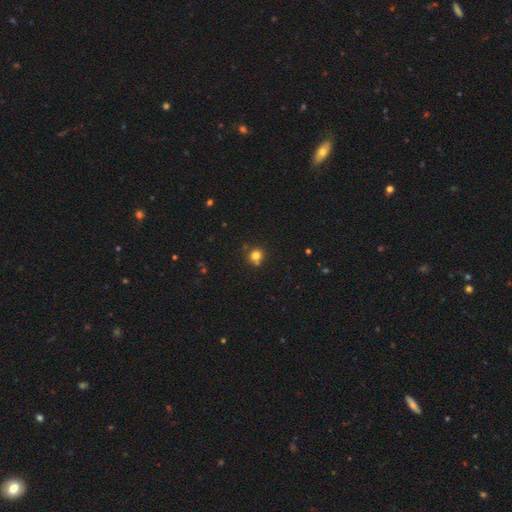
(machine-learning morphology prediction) Smooth or featured?
  - smooth: 78% *
  - star or artifact: 14%
  - featured or disk: 7%
How rounded?
  - round: 88% *
  - in between: 11%
  - cigar-shaped: 1%
Merging?
  - none: 72% *
  - merger: 13%
  - minor disturbance: 12%
  - major disturbance: 3%